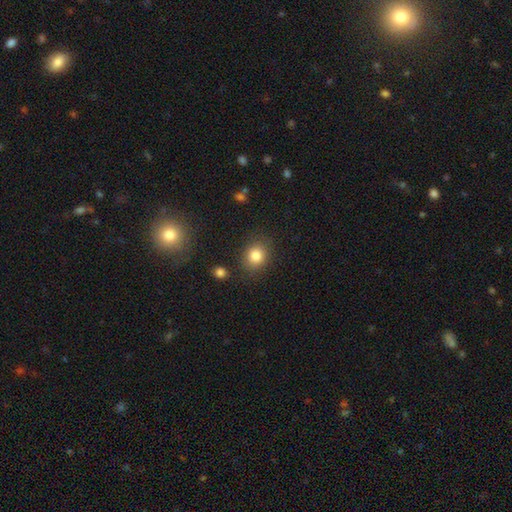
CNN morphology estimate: Smooth or featured? smooth (83%)
How rounded? round (68%)
Merging? none (83%)